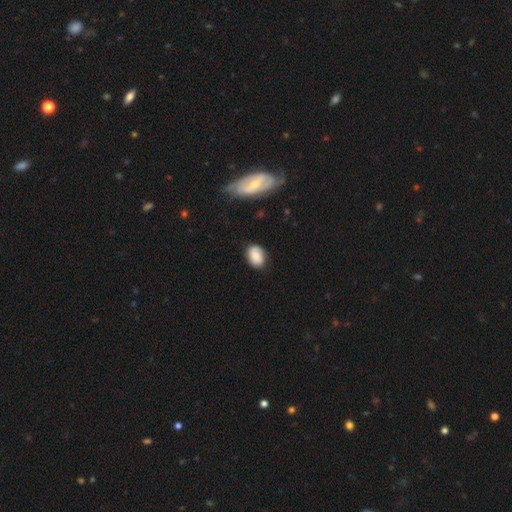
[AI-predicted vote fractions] A smooth galaxy with no disk features (72%) that is in between round and cigar-shaped (71%). Merging: none (78%).